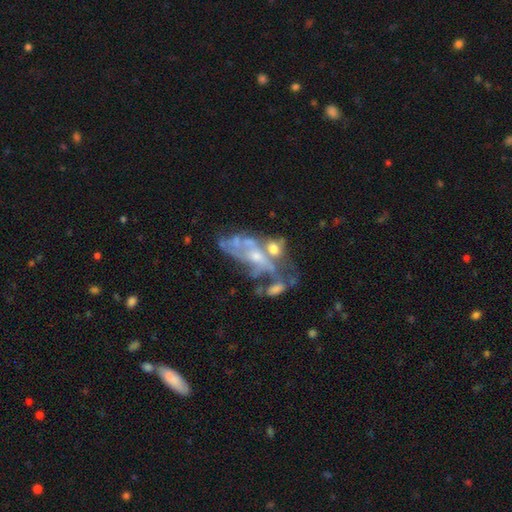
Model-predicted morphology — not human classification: A featured or disk galaxy (72%) with no bar (79%), no spiral arms (67%) and a small central bulge (41%). Merging: merger (38%).